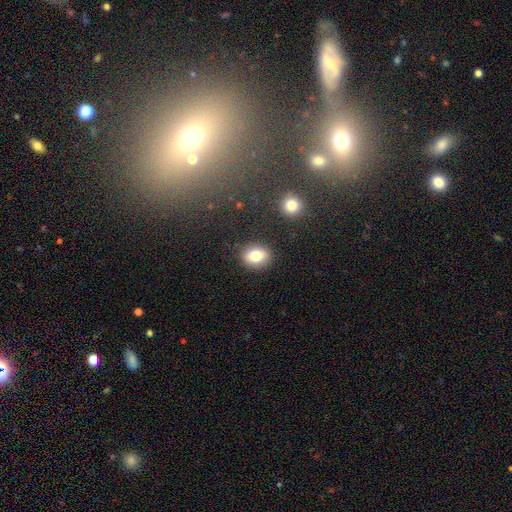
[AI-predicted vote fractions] This is likely a smooth galaxy (80%). How rounded: possibly in between (56%). Merging: clearly none (86%).